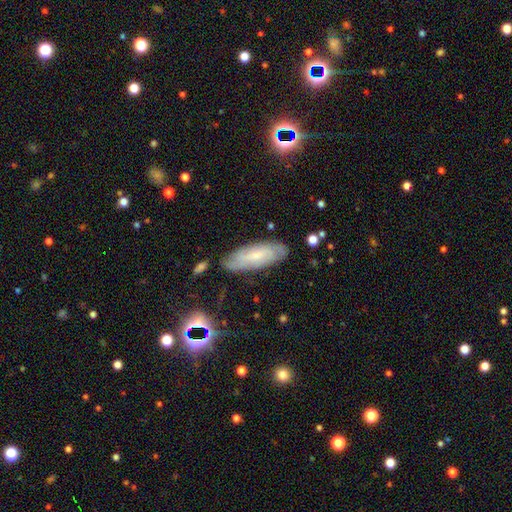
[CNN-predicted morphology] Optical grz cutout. It shows a featured or disk galaxy (51%). Merging: none (78%).